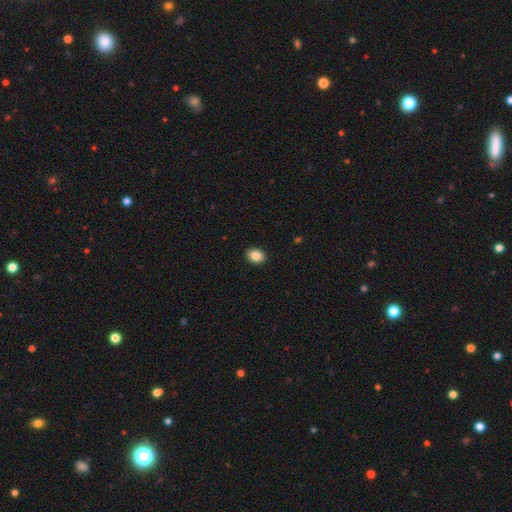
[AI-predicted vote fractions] smooth_or_featured: smooth (p=0.86) [alt: star or artifact p=0.08]
how_rounded: in between (p=0.72) [alt: round p=0.27]
merging: none (p=0.91) [alt: minor disturbance p=0.06]